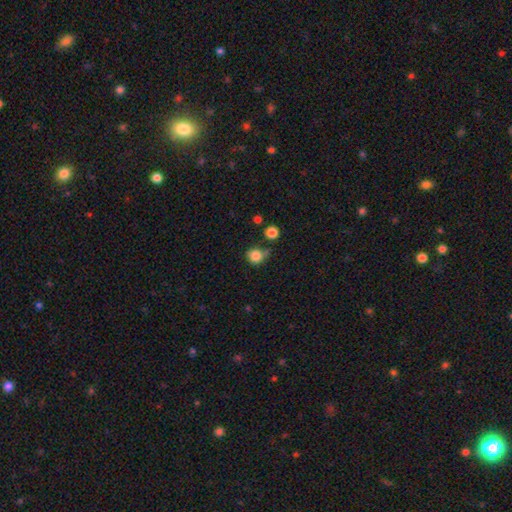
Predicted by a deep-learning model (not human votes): smooth_or_featured: smooth (p=0.83) [alt: star or artifact p=0.11]
how_rounded: round (p=0.86) [alt: in between p=0.13]
merging: none (p=0.59) [alt: minor disturbance p=0.21]